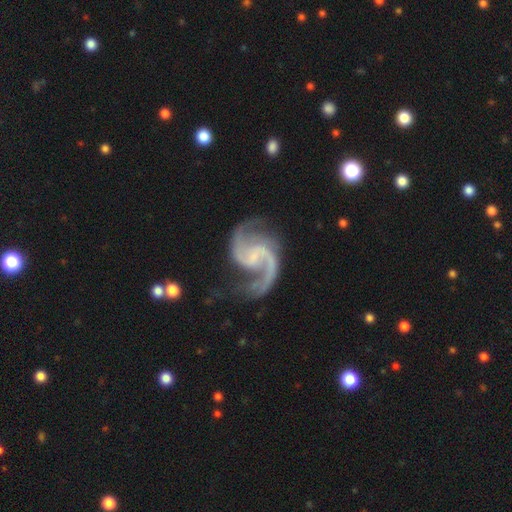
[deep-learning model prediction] A featured or disk galaxy (94%) with a weak bar (46%), 2 (91%) medium (51%) spiral arms (98%) and a small central bulge (48%). Merging: none (66%).